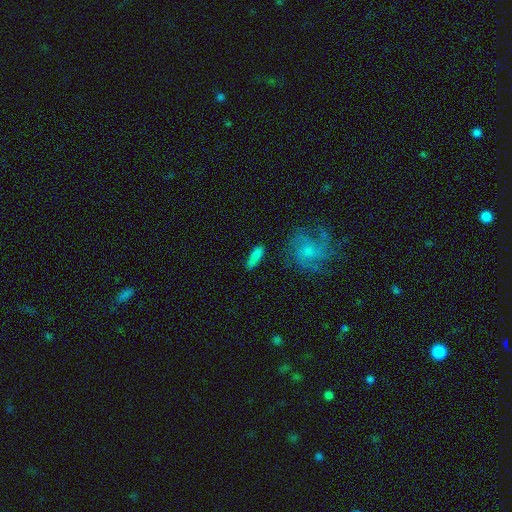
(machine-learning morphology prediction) smooth-or-featured: smooth: 80% | featured or disk: 13% | star or artifact: 7%
  how-rounded: cigar-shaped: 57% | in between: 40% | round: 3%
  merging: none: 77% | minor disturbance: 13% | merger: 5% | major disturbance: 5%